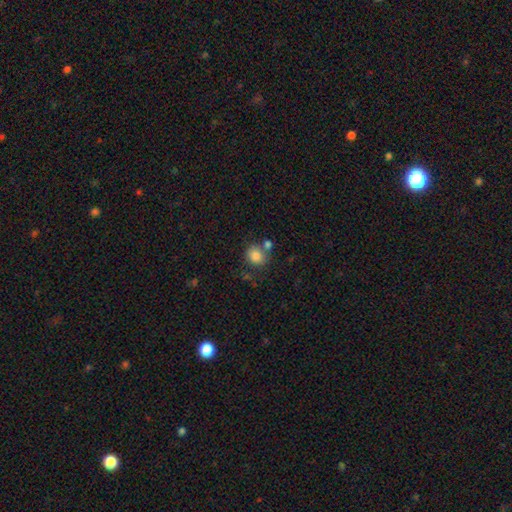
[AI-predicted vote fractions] Smooth or featured: smooth — 83% (star or artifact — 10%)
How rounded: round — 77% (in between — 22%)
Merging: none — 64% (merger — 19%)